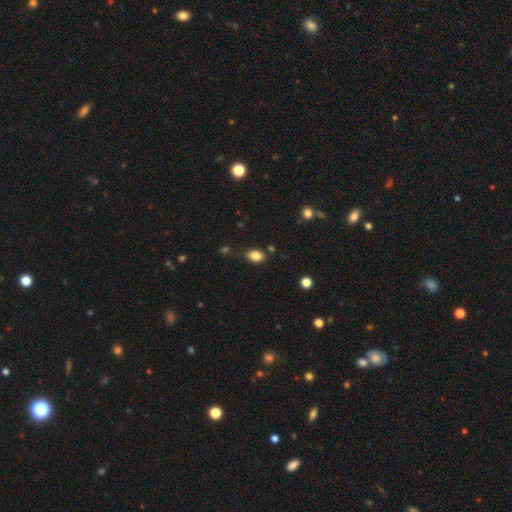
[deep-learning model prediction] The model was most divided on "merging": none: 77%, minor disturbance: 16%, merger: 4%, major disturbance: 4%. More confident: smooth or featured — smooth (85%); how rounded — in between (82%).